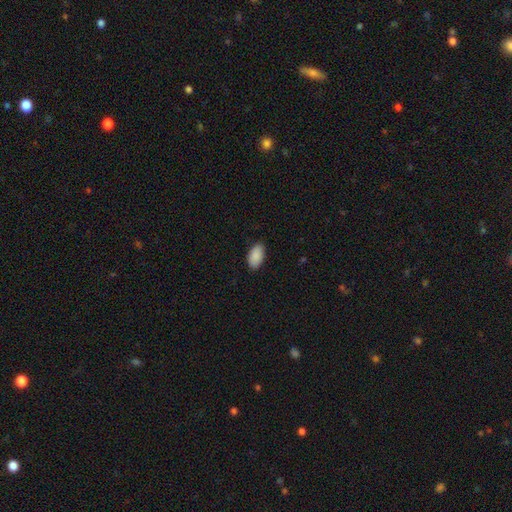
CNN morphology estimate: smooth 90%, star or artifact 6%, featured or disk 3%. Down the decision tree: how rounded — in between (95%); merging — none (87%).